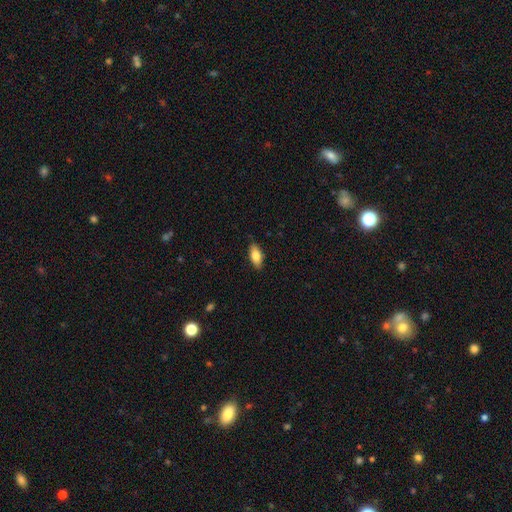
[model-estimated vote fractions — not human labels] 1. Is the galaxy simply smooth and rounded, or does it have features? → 80% smooth, 14% featured or disk, 6% star or artifact.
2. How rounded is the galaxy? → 87% in between, 11% cigar-shaped, 3% round.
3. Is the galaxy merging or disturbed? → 87% none, 11% minor disturbance, 2% major disturbance, 1% merger.